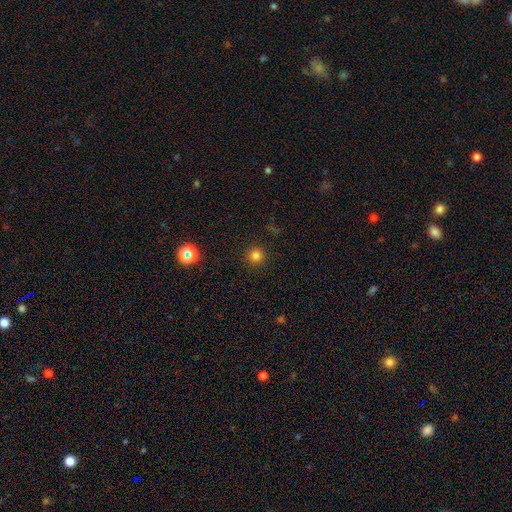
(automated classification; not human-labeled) Overall: smooth (80%). How rounded: round (95%). Merging: none (91%).